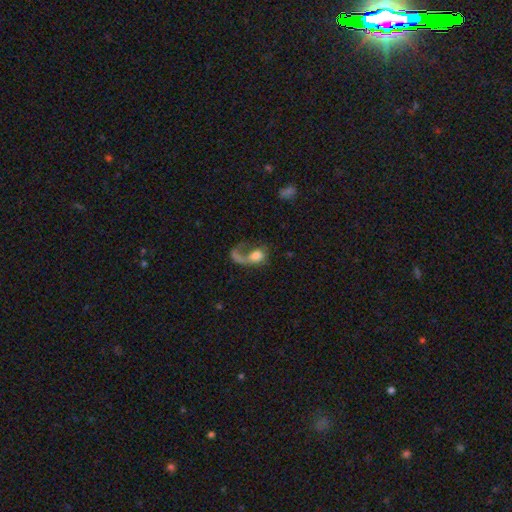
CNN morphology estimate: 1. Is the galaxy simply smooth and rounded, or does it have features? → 50% smooth, 41% featured or disk, 10% star or artifact.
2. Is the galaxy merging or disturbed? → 55% major disturbance, 20% none, 14% merger, 11% minor disturbance.